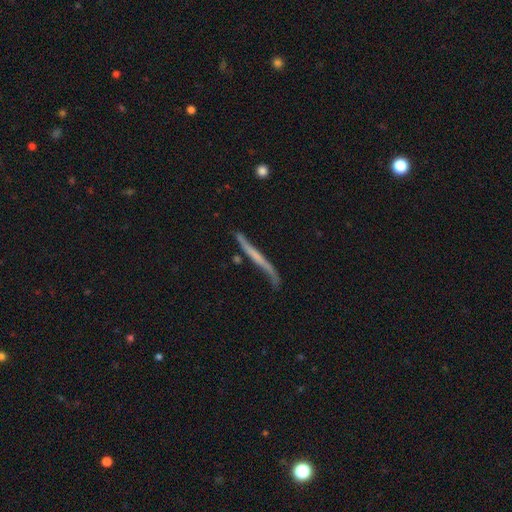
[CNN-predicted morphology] Overall: featured or disk (58%; smooth 35%). Edge-on disk: yes (84%). Merging: none (58%; minor disturbance 26%).